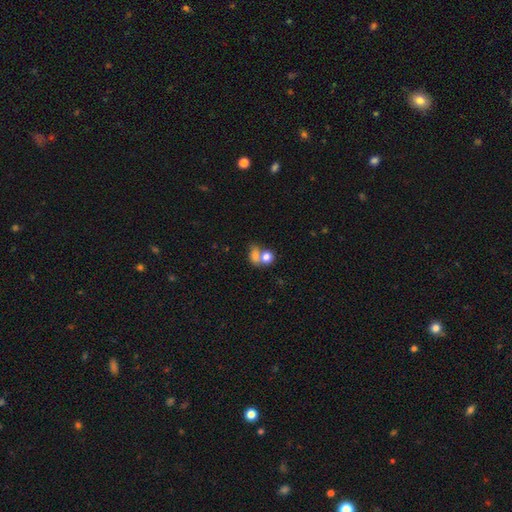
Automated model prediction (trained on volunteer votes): Smooth or featured? Predicted: smooth (p=0.75). How rounded? Predicted: in between (p=0.50). Merging? Predicted: merger (p=0.67).